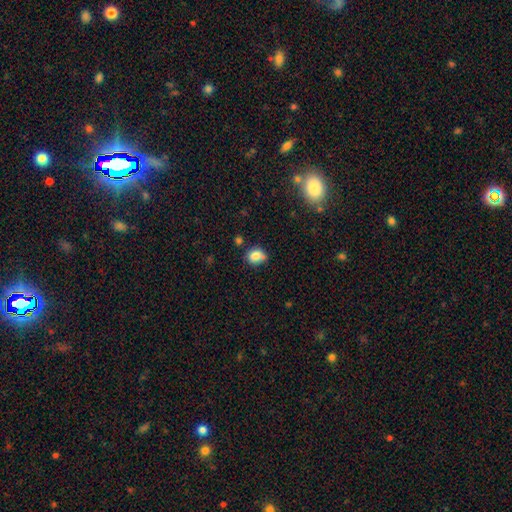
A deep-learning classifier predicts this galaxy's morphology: Smooth or featured: smooth — 81% (star or artifact — 11%)
How rounded: in between — 51% (round — 48%)
Merging: none — 60% (minor disturbance — 26%)